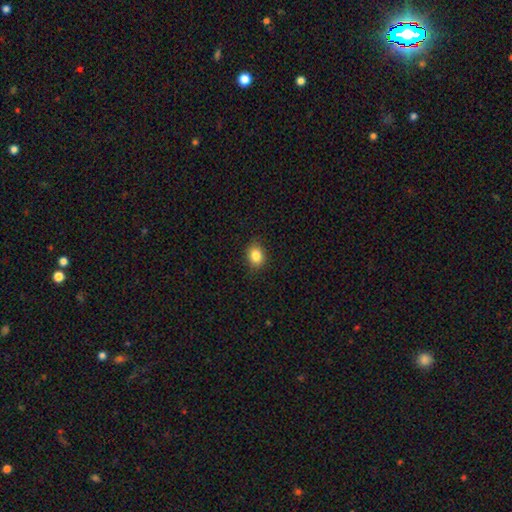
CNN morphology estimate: Smooth or featured: smooth — 84% (star or artifact — 10%)
How rounded: round — 51% (in between — 48%)
Merging: none — 87% (minor disturbance — 9%)